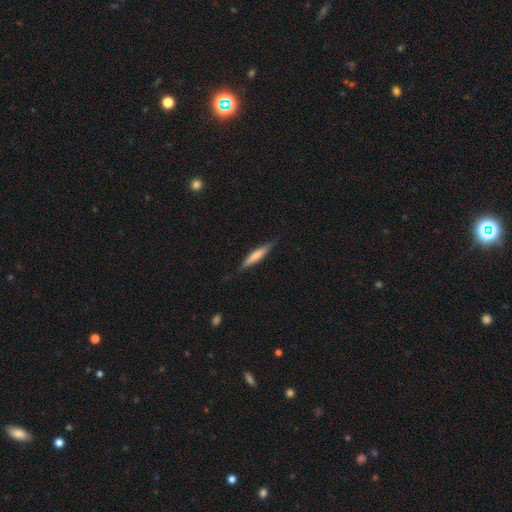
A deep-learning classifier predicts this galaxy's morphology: smooth-or-featured: smooth: 64% | featured or disk: 31% | star or artifact: 5%
  how-rounded: cigar-shaped: 90% | in between: 9% | round: 1%
  merging: none: 84% | minor disturbance: 13% | major disturbance: 2% | merger: 1%